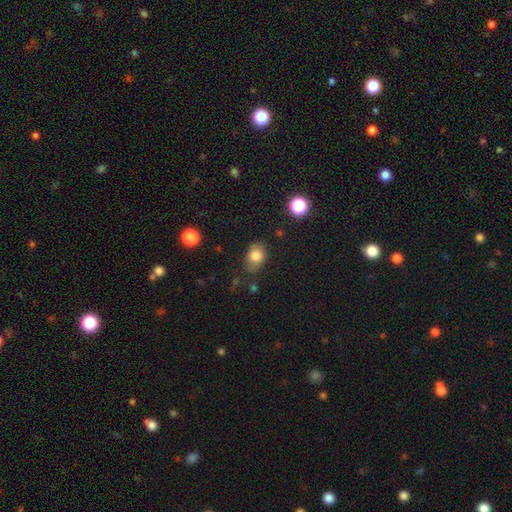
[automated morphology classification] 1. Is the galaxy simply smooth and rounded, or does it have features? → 81% smooth, 10% featured or disk, 9% star or artifact.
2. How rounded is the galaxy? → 75% in between, 24% round, 1% cigar-shaped.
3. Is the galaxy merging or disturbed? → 71% none, 21% minor disturbance, 5% major disturbance, 3% merger.